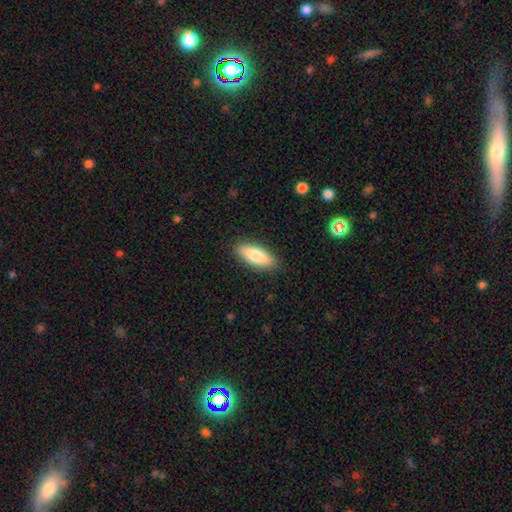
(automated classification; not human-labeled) Smooth or featured?
  - smooth: 79% *
  - featured or disk: 15%
  - star or artifact: 6%
How rounded?
  - in between: 69% *
  - cigar-shaped: 29%
  - round: 2%
Merging?
  - none: 88% *
  - minor disturbance: 9%
  - major disturbance: 2%
  - merger: 1%